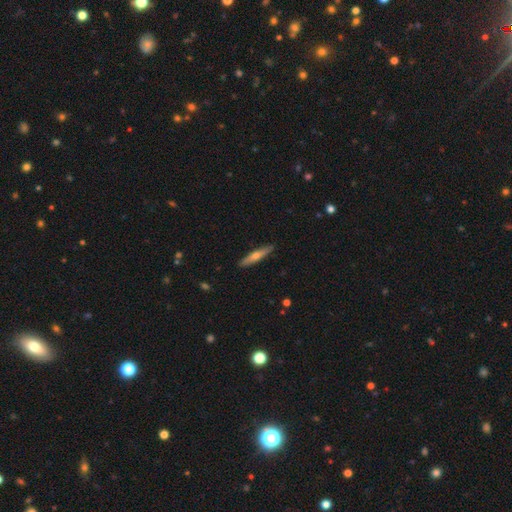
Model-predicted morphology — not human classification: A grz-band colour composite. It shows a smooth galaxy with no disk features (47%, tied with featured or disk). Merging: none (90%).